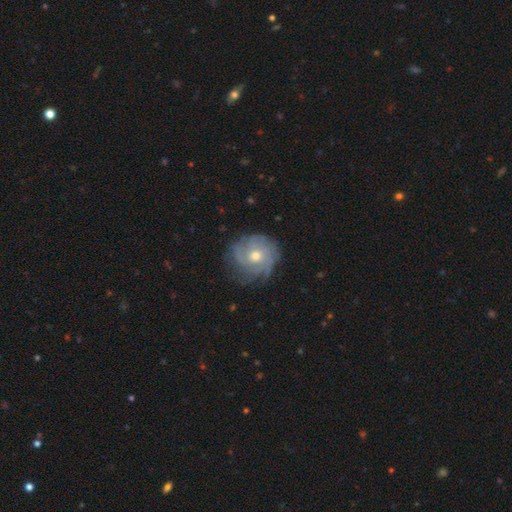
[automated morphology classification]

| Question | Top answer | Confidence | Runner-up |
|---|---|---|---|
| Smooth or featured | featured or disk | 70% | smooth (21%) |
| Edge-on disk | no | 97% | yes (3%) |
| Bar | no | 82% | weak (15%) |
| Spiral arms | yes | 87% | no (13%) |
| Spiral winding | tight | 63% | medium (26%) |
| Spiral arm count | can't tell | 46% | 3 (18%) |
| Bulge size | moderate | 65% | small (30%) |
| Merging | none | 72% | minor disturbance (19%) |